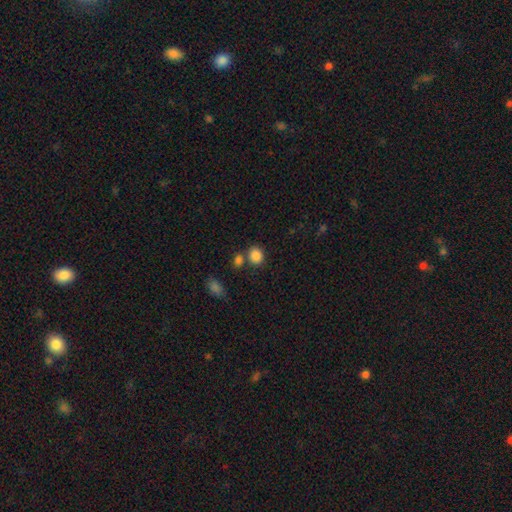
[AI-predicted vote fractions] The model was most divided on "how rounded": round: 65%, in between: 34%, cigar-shaped: 1%. More confident: smooth or featured — smooth (86%); merging — none (66%).